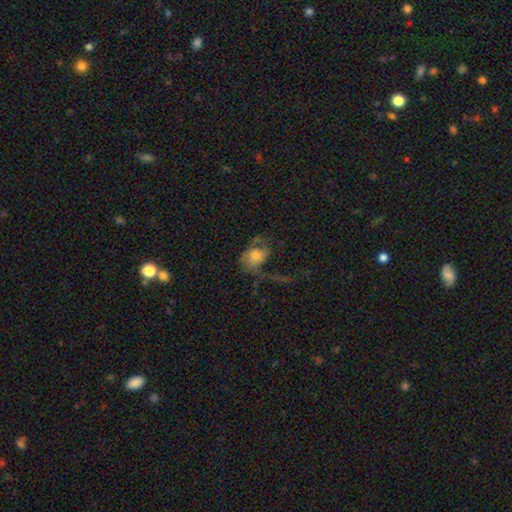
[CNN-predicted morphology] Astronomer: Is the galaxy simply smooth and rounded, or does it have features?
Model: smooth — 54% (runner-up: featured or disk, 36%).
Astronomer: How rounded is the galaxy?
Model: in between — 69%.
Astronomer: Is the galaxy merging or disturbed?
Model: major disturbance — 43% (runner-up: none, 31%).